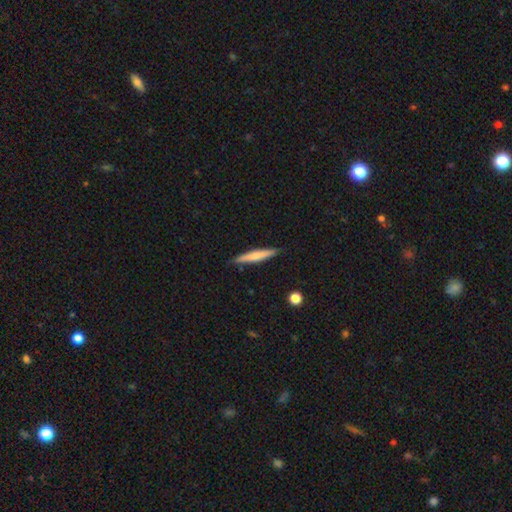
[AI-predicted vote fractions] Smooth or featured?
  - smooth: 57% *
  - featured or disk: 37%
  - star or artifact: 6%
How rounded?
  - cigar-shaped: 94% *
  - in between: 5%
  - round: 1%
Merging?
  - none: 88% *
  - minor disturbance: 9%
  - major disturbance: 2%
  - merger: 1%